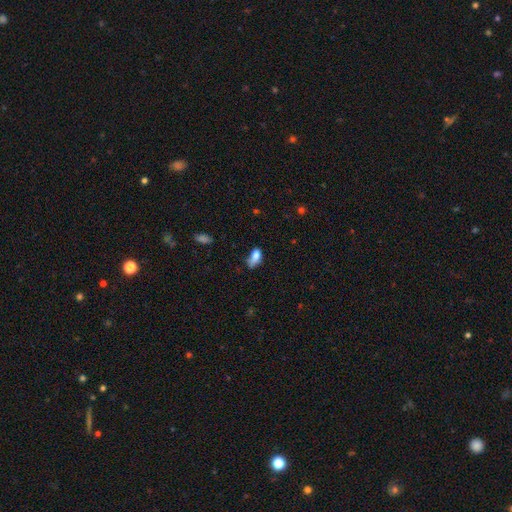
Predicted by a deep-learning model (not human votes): Smooth or featured?
  - smooth: 74% *
  - featured or disk: 15%
  - star or artifact: 11%
How rounded?
  - in between: 86% *
  - round: 8%
  - cigar-shaped: 6%
Merging?
  - minor disturbance: 35% *
  - none: 29%
  - major disturbance: 26%
  - merger: 11%